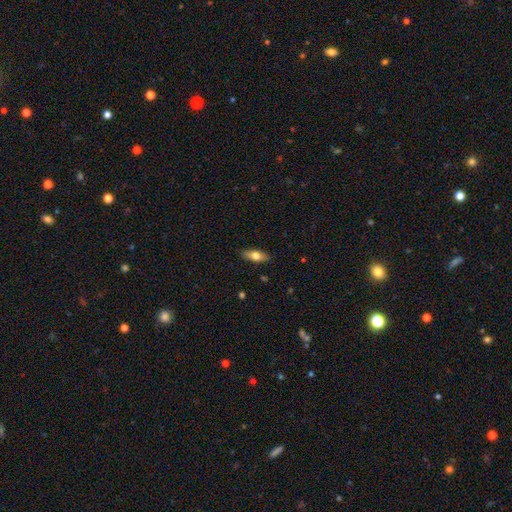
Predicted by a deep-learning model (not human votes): smooth_or_featured: smooth (p=0.69) [alt: featured or disk p=0.25]
how_rounded: in between (p=0.70) [alt: cigar-shaped p=0.27]
merging: none (p=0.88) [alt: minor disturbance p=0.09]